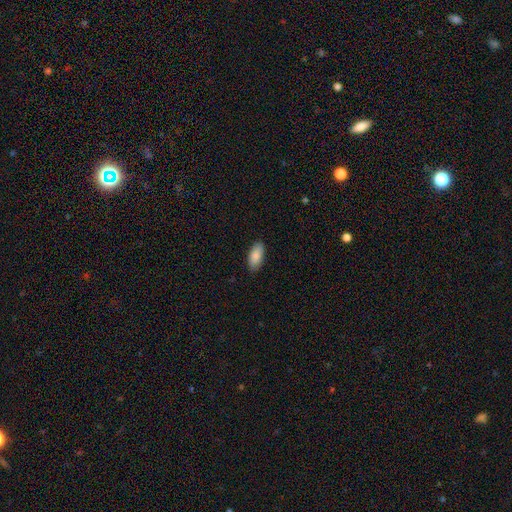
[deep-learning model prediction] This is clearly a smooth galaxy (89%). How rounded: clearly in between (90%). Merging: clearly none (88%).